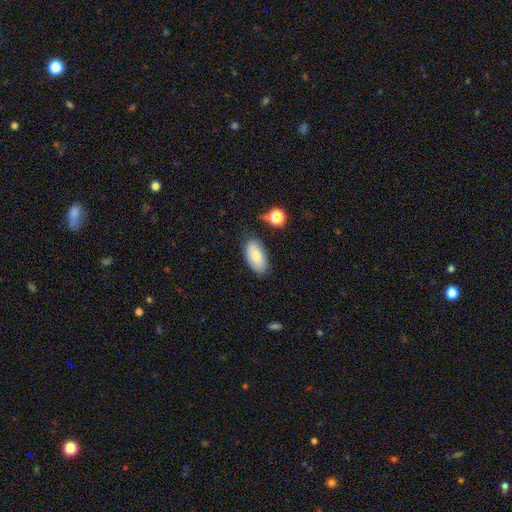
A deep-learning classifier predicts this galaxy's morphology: smooth_or_featured: smooth (p=0.81) [alt: featured or disk p=0.12]
how_rounded: in between (p=0.93) [alt: cigar-shaped p=0.04]
merging: none (p=0.78) [alt: minor disturbance p=0.15]